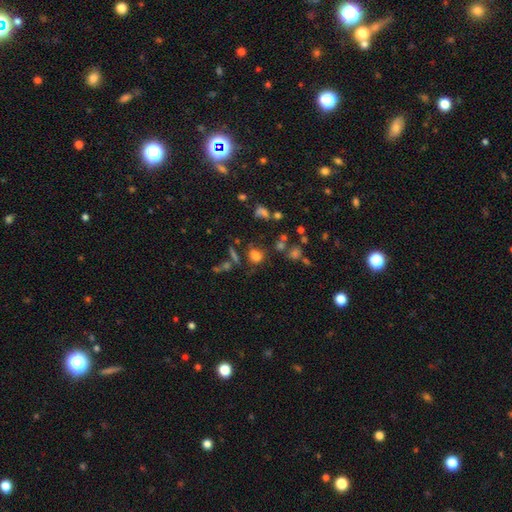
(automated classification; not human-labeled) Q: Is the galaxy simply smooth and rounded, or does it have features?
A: smooth — 69%.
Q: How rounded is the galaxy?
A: round — 58%.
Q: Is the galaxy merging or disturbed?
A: none — 63%.